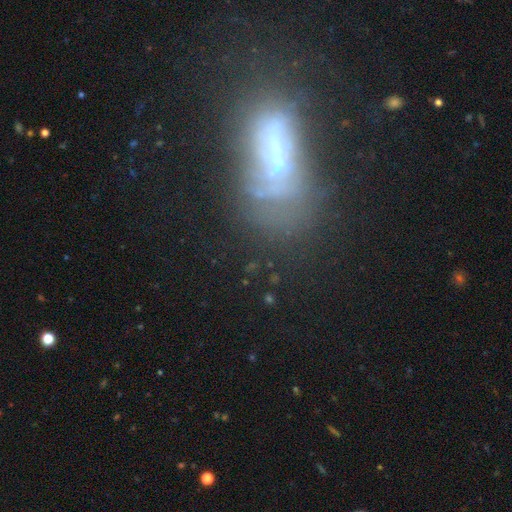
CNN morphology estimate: featured or disk 54%, smooth 27%, star or artifact 19%. Down the decision tree: edge-on disk — no (73%); merging — none (42%).